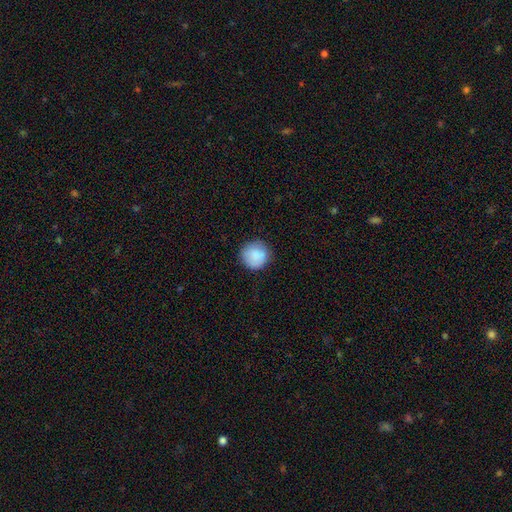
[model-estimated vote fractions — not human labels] A smooth galaxy with no disk features (86%) that is round (94%).

Vote fractions:
- Smooth or featured? smooth: 86% / star or artifact: 7% / featured or disk: 6%
- How rounded? round: 94% / in between: 5% / cigar-shaped: 1%
- Merging? none: 84% / minor disturbance: 12% / major disturbance: 3% / merger: 2%